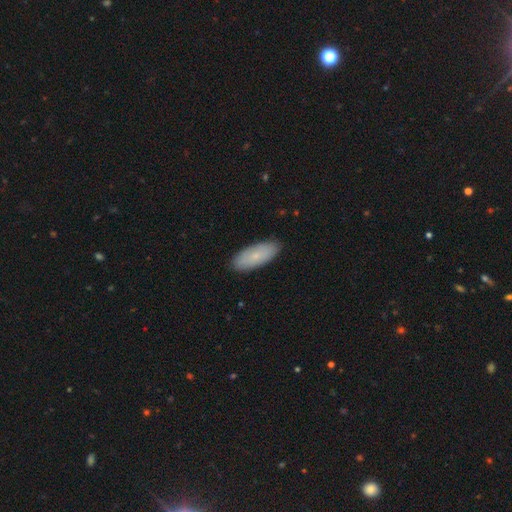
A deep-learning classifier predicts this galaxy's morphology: A smooth galaxy with no disk features (76%) that is in between round and cigar-shaped (79%). Merging: none (89%).